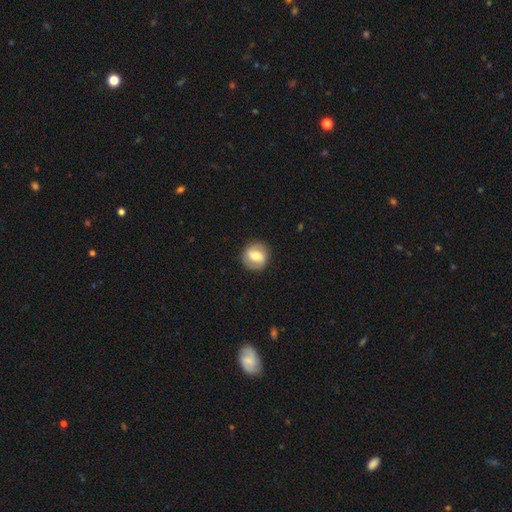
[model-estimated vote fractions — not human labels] The model was most divided on "bar": weak: 44%, strong: 36%, no: 20%. More confident: edge-on disk — no (96%); merging — none (87%); spiral arms — yes (75%); bulge size — moderate (58%); smooth or featured — featured or disk (52%).